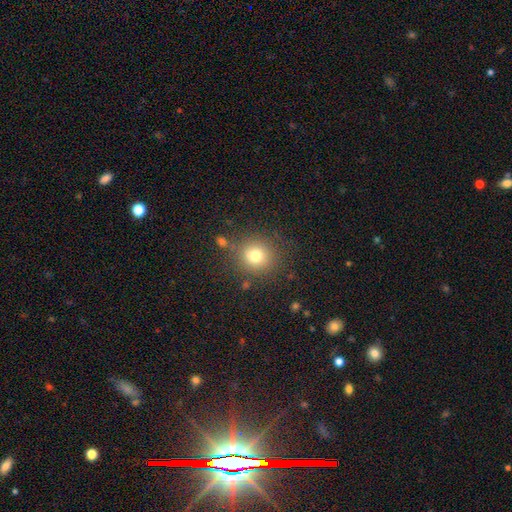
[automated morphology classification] A smooth galaxy with no disk features (76%) that is round (89%). Merging: none (82%).